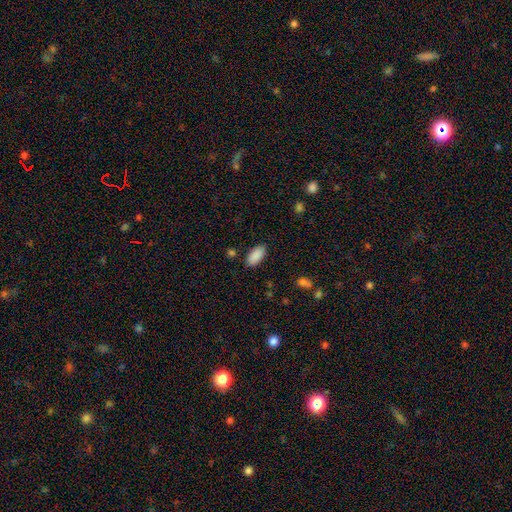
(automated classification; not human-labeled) Smooth or featured: smooth — 90% (star or artifact — 6%)
How rounded: in between — 92% (cigar-shaped — 6%)
Merging: none — 87% (minor disturbance — 9%)